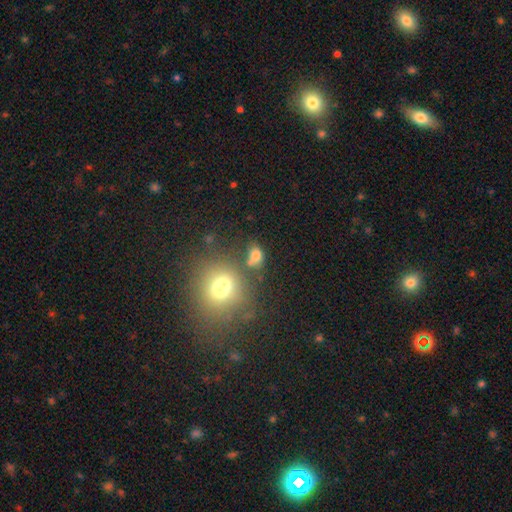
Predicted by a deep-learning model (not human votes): The model was most divided on "merging": none: 51%, merger: 25%, minor disturbance: 16%, major disturbance: 8%. More confident: smooth or featured — smooth (73%); how rounded — in between (67%).